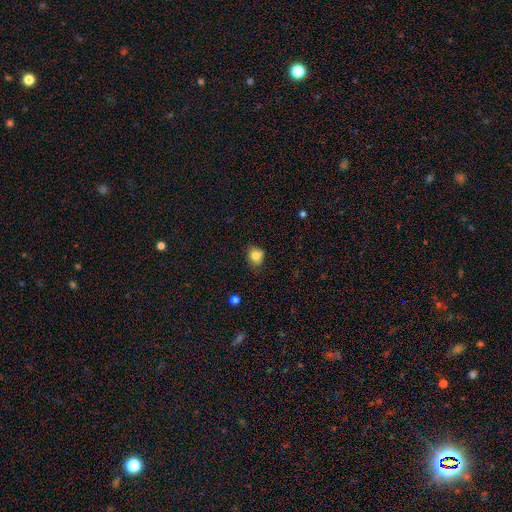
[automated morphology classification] type=smooth (82%); roundness=round (67%); merging=none (70%).